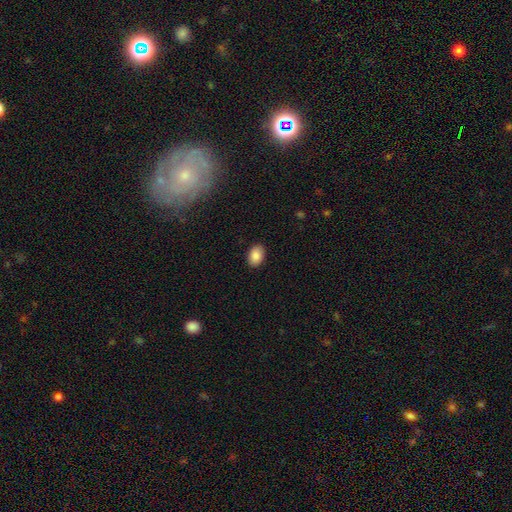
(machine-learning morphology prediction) This is clearly a smooth galaxy (88%). How rounded: clearly in between (83%). Merging: clearly none (89%).